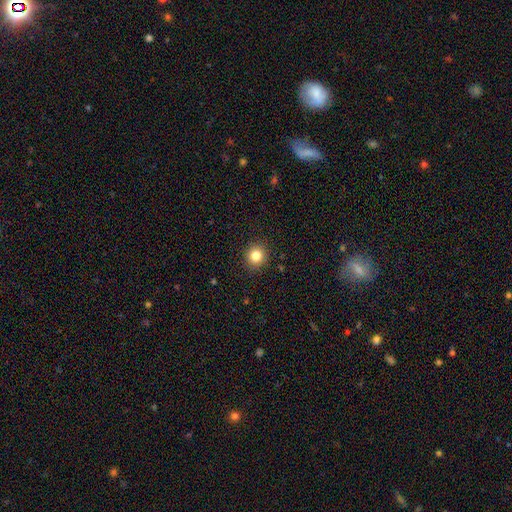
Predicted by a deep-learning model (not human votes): Smooth or featured? Predicted: smooth (p=0.83). How rounded? Predicted: round (p=0.87). Merging? Predicted: none (p=0.91).